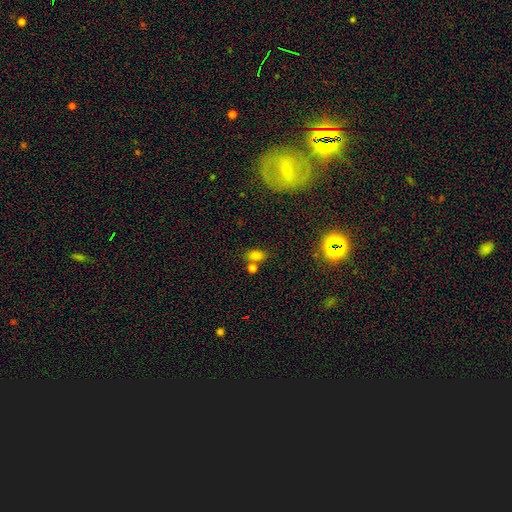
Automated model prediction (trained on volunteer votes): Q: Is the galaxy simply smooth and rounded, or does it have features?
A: smooth — 74%.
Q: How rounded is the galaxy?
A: in between — 80%.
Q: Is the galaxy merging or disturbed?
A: none — 62%.